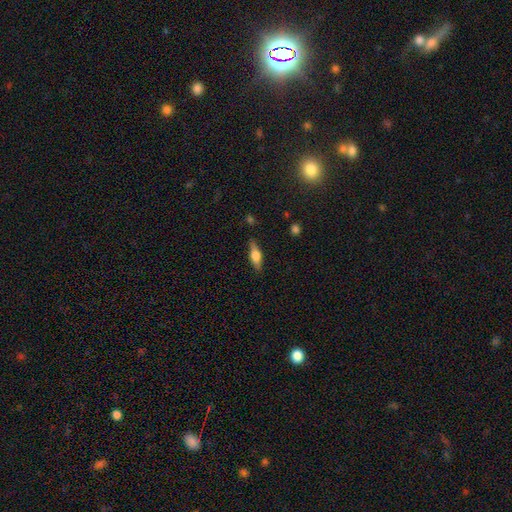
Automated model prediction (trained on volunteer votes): smooth-or-featured: smooth: 57% | featured or disk: 36% | star or artifact: 7%
  how-rounded: in between: 55% | cigar-shaped: 41% | round: 3%
  merging: none: 83% | minor disturbance: 13% | major disturbance: 3% | merger: 1%